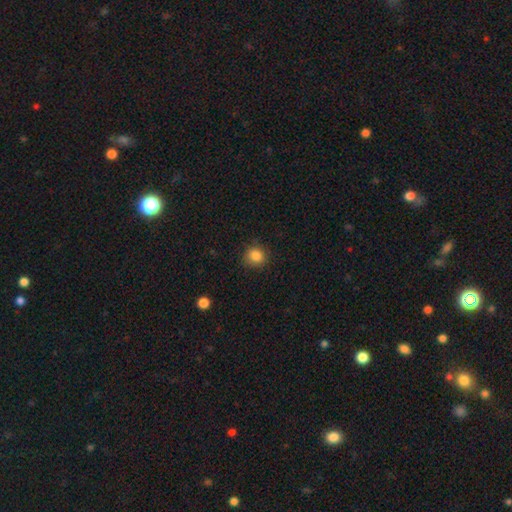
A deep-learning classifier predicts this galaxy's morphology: Overall: smooth (85%). How rounded: round (83%). Merging: none (86%).